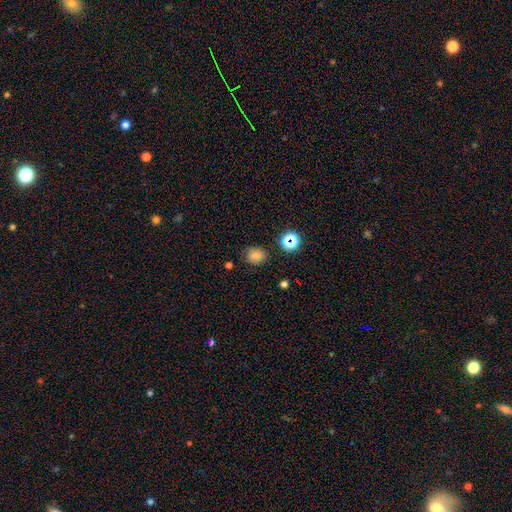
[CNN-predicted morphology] smooth_or_featured: smooth (p=0.75) [alt: star or artifact p=0.17]
how_rounded: round (p=0.70) [alt: in between p=0.29]
merging: none (p=0.80) [alt: minor disturbance p=0.14]